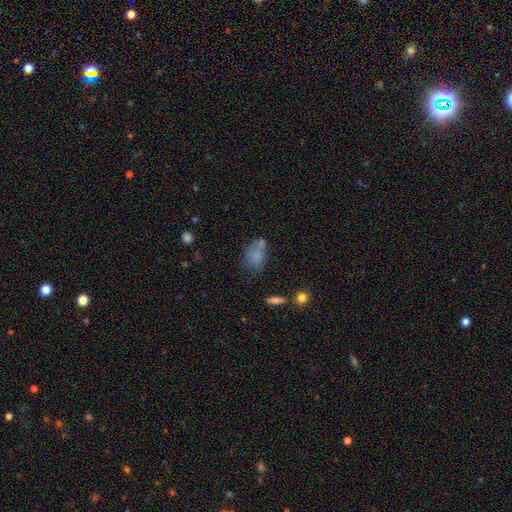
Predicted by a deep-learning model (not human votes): Smooth or featured: smooth — 74% (featured or disk — 15%)
How rounded: in between — 86% (round — 11%)
Merging: none — 47% (minor disturbance — 28%)